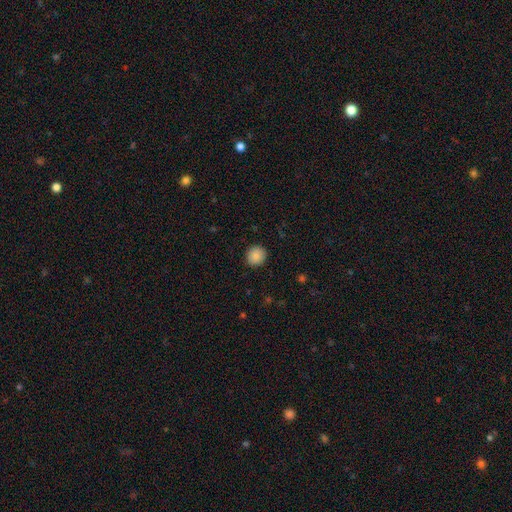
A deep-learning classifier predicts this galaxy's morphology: Q: Smooth or featured?
A: smooth (87%); runner-up: star or artifact (9%)
Q: How rounded?
A: round (90%); runner-up: in between (9%)
Q: Merging?
A: none (91%); runner-up: minor disturbance (6%)